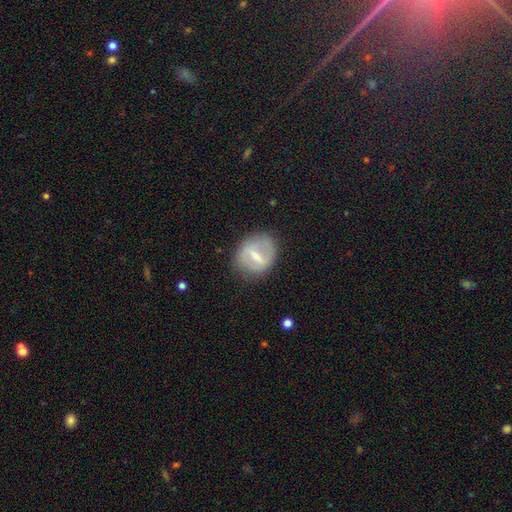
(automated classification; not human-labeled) Smooth or featured? Predicted: featured or disk (p=0.57). Edge-on disk? Predicted: no (p=0.92). Bar? Predicted: strong (p=0.61). Spiral arms? Predicted: no (p=0.69). Bulge size? Predicted: small (p=0.44). Merging? Predicted: none (p=0.76).